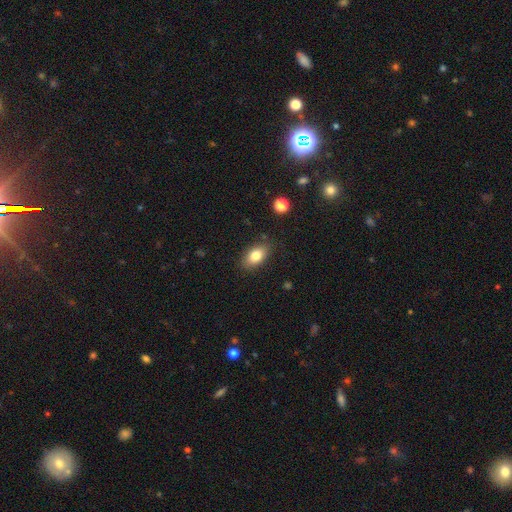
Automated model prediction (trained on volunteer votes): The model was most divided on "smooth or featured": smooth: 80%, featured or disk: 12%, star or artifact: 8%. More confident: how rounded — in between (89%); merging — none (84%).